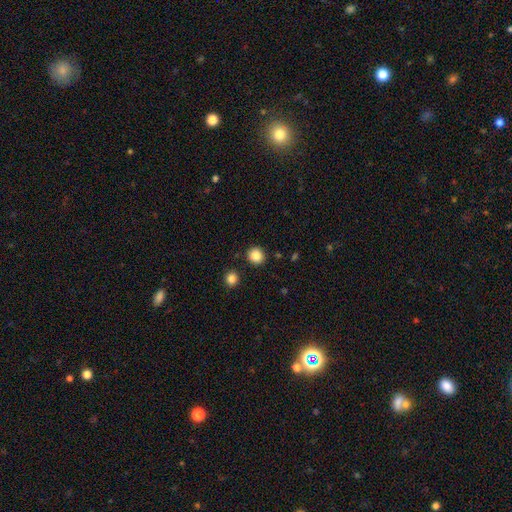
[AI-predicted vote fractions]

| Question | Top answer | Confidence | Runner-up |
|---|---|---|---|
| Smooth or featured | smooth | 86% | star or artifact (10%) |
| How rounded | round | 89% | in between (10%) |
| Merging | none | 89% | minor disturbance (6%) |